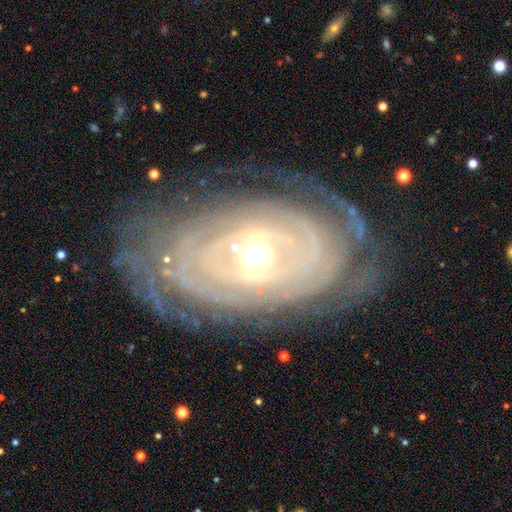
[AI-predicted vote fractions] featured or disk 86%, smooth 10%, star or artifact 5%. Down the decision tree: edge-on disk — no (94%); bar — no (64%); spiral arms — yes (78%); spiral arm count — can't tell (41%); spiral winding — tight (72%); bulge size — moderate (70%); merging — none (70%).